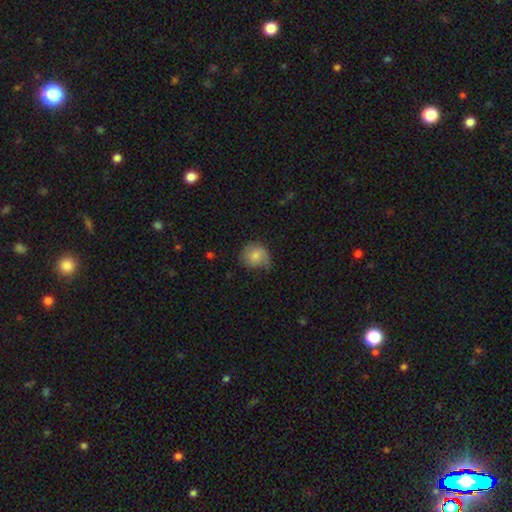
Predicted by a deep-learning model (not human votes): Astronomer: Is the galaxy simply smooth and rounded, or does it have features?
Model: smooth — 75%.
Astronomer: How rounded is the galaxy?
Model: round — 77%.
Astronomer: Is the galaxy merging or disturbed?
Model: none — 52% (runner-up: minor disturbance, 34%).